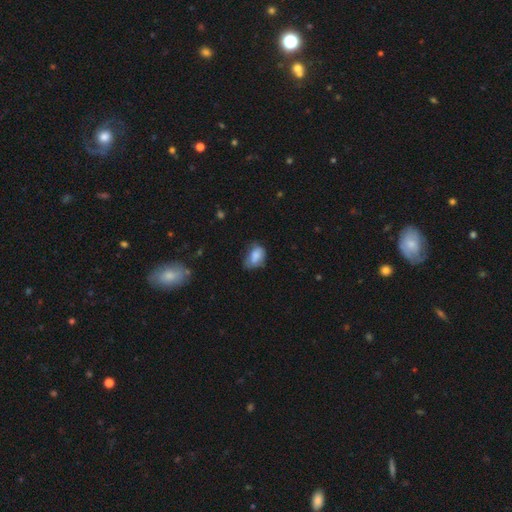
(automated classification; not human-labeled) smooth_or_featured: smooth (p=0.79) [alt: featured or disk p=0.12]
how_rounded: in between (p=0.83) [alt: round p=0.15]
merging: none (p=0.42) [alt: minor disturbance p=0.40]